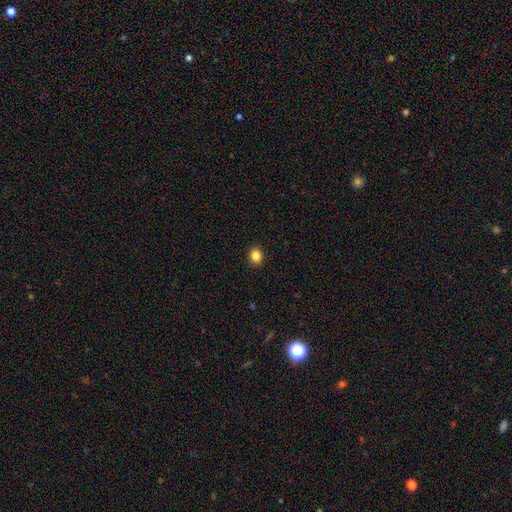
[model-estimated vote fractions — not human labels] Smooth or featured? Predicted: smooth (p=0.85). How rounded? Predicted: round (p=0.67). Merging? Predicted: none (p=0.92).